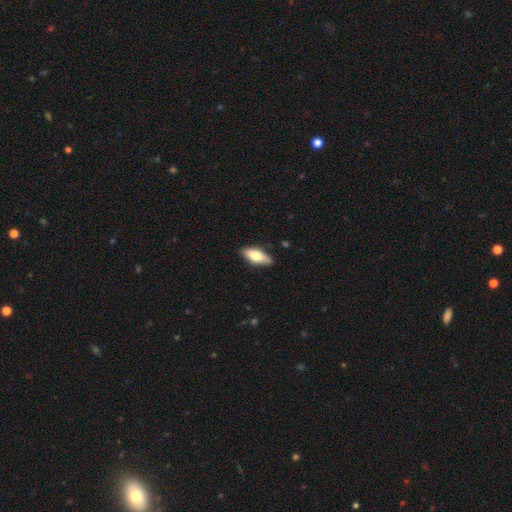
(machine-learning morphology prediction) type=smooth (70%); roundness=in between (78%); merging=none (83%).